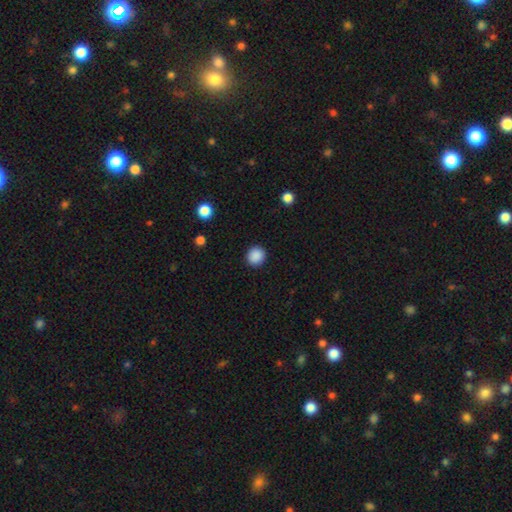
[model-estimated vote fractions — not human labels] A smooth galaxy with no disk features (89%) that is round (91%).

Vote fractions:
- Smooth or featured? smooth: 89% / star or artifact: 9% / featured or disk: 2%
- How rounded? round: 91% / in between: 8% / cigar-shaped: 1%
- Merging? none: 92% / minor disturbance: 5% / major disturbance: 2% / merger: 1%